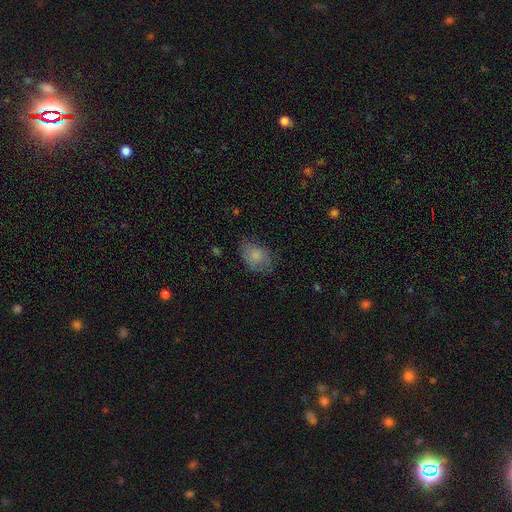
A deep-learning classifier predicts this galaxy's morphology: Q: Smooth or featured?
A: smooth (80%); runner-up: featured or disk (12%)
Q: How rounded?
A: in between (76%); runner-up: round (23%)
Q: Merging?
A: none (66%); runner-up: minor disturbance (24%)